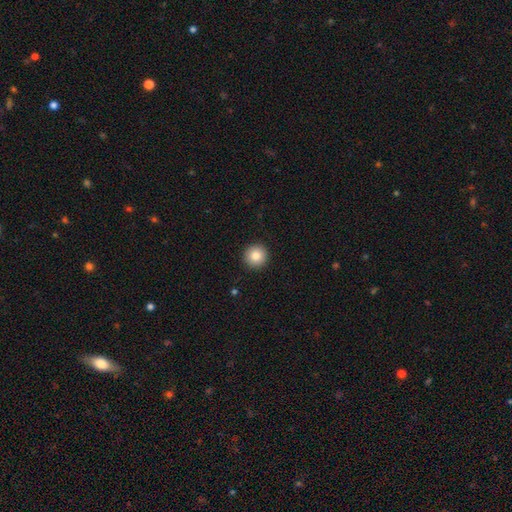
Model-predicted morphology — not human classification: smooth 84%, star or artifact 9%, featured or disk 7%. Down the decision tree: how rounded — round (95%); merging — none (93%).